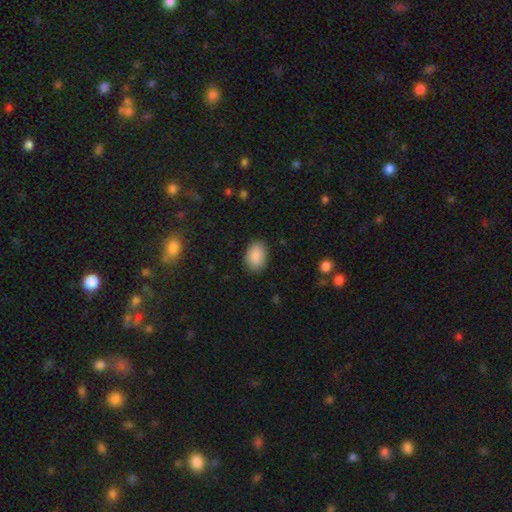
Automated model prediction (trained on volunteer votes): This appears to be a smooth galaxy with no disk features (89%) that is in between round and cigar-shaped (81%). Merging: none (84%).